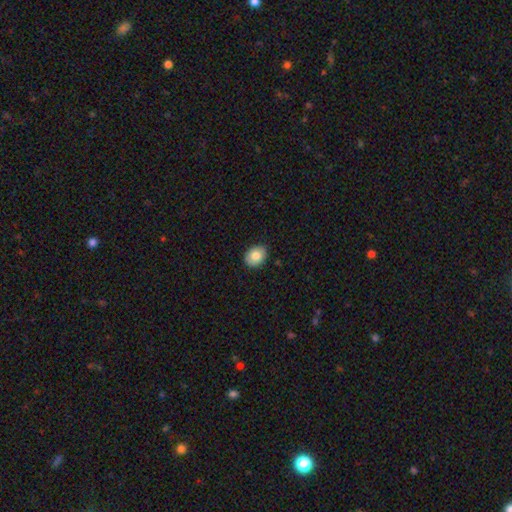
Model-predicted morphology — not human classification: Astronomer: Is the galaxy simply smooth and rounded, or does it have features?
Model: smooth — 82%.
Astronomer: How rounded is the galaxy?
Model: in between — 54% (runner-up: round, 45%).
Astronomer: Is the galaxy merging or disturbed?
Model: none — 87%.